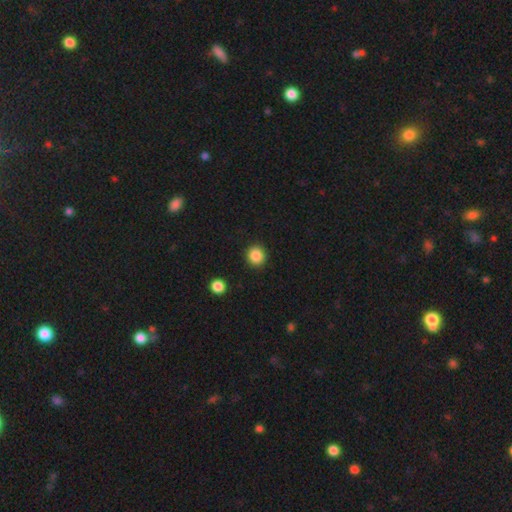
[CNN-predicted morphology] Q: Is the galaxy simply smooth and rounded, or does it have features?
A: smooth — 86%.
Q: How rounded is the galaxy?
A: round — 89%.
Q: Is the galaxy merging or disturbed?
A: none — 91%.